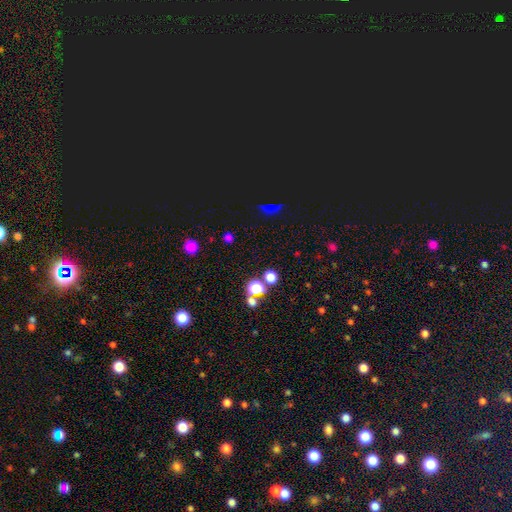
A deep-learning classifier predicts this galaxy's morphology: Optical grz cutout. It shows a smooth galaxy with no disk features (52%) that is round (86%). Merging: none (80%).